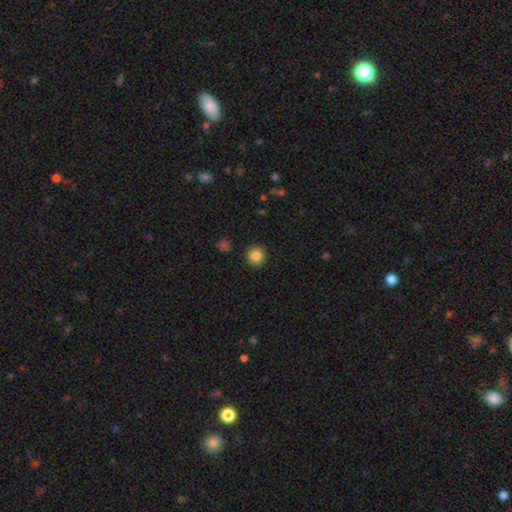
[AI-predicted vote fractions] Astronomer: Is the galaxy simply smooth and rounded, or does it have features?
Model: smooth — 85%.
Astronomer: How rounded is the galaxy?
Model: round — 91%.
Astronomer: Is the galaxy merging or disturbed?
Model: none — 90%.